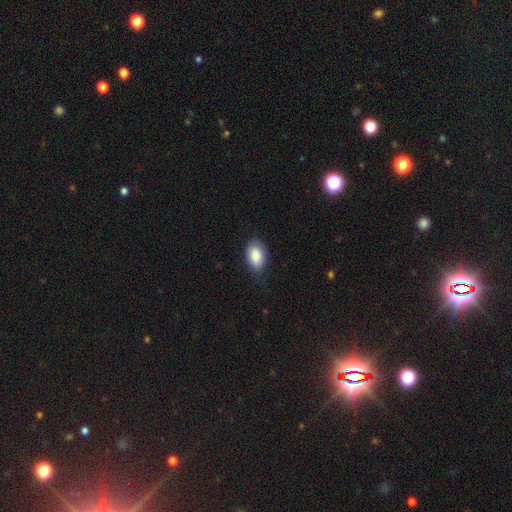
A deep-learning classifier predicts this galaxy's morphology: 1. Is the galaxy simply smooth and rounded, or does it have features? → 87% smooth, 6% star or artifact, 6% featured or disk.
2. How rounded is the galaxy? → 89% in between, 10% round, 1% cigar-shaped.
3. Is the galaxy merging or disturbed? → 69% none, 25% minor disturbance, 5% major disturbance, 1% merger.